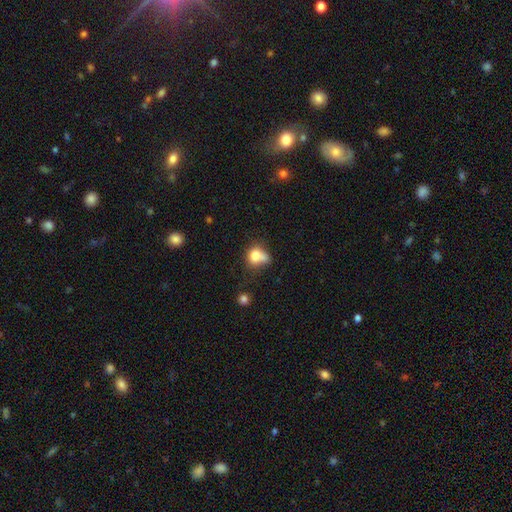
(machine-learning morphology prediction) type=smooth (75%); roundness=round (56%); merging=none (34%).